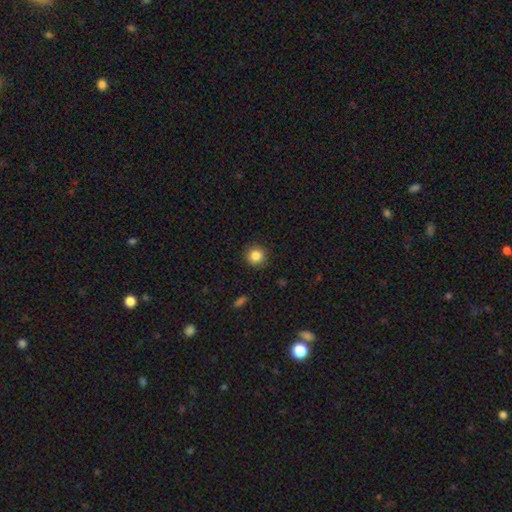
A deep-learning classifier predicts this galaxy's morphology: Smooth or featured?
  - smooth: 85% *
  - star or artifact: 10%
  - featured or disk: 5%
How rounded?
  - round: 94% *
  - in between: 5%
  - cigar-shaped: 1%
Merging?
  - none: 91% *
  - minor disturbance: 6%
  - major disturbance: 2%
  - merger: 1%